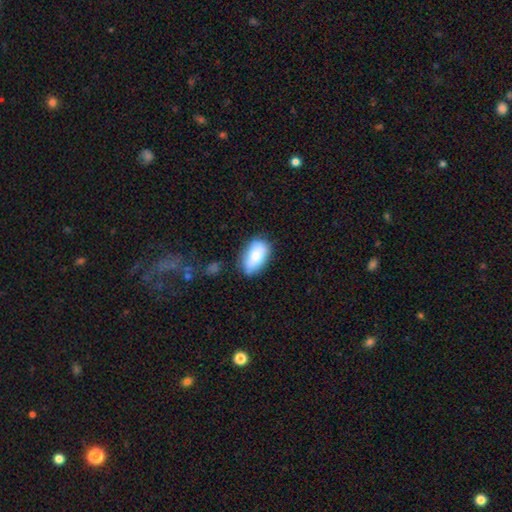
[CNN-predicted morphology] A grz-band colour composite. It shows a smooth galaxy with no disk features (79%) that is in between round and cigar-shaped (92%). Merging: none (69%).